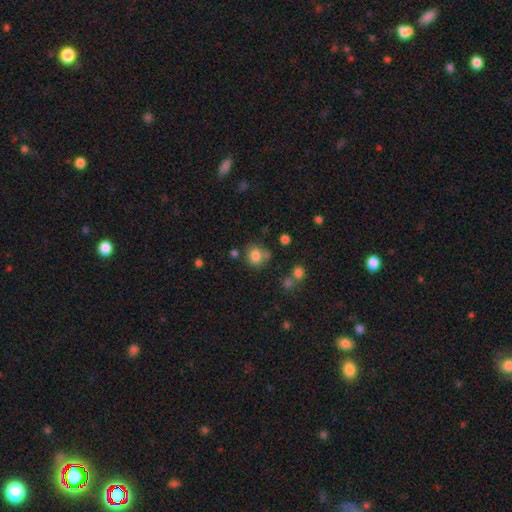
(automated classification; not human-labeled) Smooth or featured?
  - smooth: 81% *
  - star or artifact: 11%
  - featured or disk: 8%
How rounded?
  - round: 71% *
  - in between: 28%
  - cigar-shaped: 1%
Merging?
  - none: 63% *
  - minor disturbance: 19%
  - merger: 12%
  - major disturbance: 6%